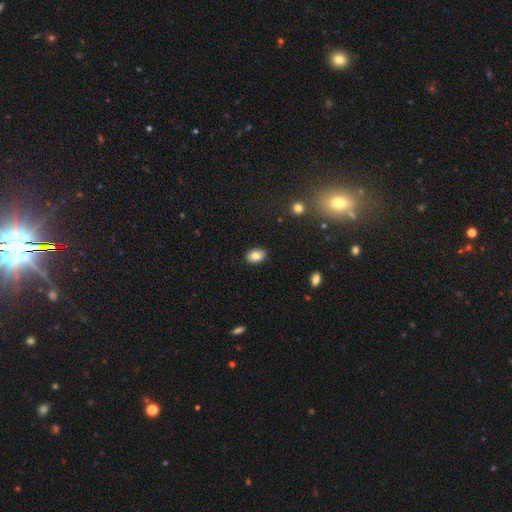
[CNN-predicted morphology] A smooth galaxy with no disk features (80%) that is in between round and cigar-shaped (84%).

Vote fractions:
- Smooth or featured? smooth: 80% / featured or disk: 11% / star or artifact: 9%
- How rounded? in between: 84% / round: 15% / cigar-shaped: 1%
- Merging? none: 89% / minor disturbance: 8% / major disturbance: 2% / merger: 1%